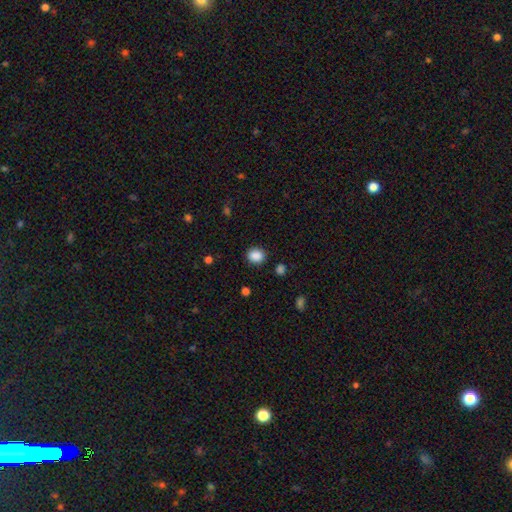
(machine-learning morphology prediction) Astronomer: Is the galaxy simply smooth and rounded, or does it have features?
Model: smooth — 88%.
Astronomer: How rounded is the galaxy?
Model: round — 62% (runner-up: in between, 37%).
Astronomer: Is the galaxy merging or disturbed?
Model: none — 87%.